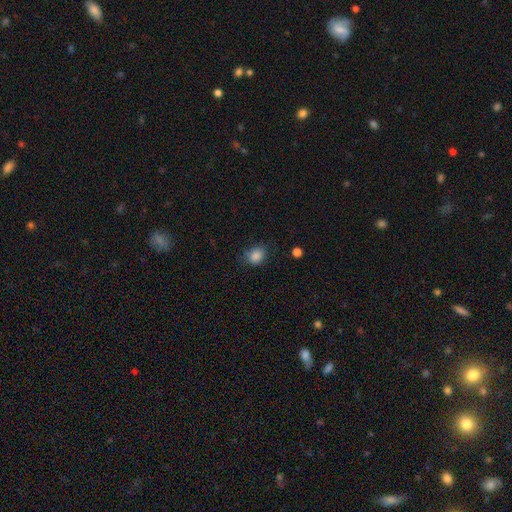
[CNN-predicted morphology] Smooth or featured?
  - smooth: 86% *
  - star or artifact: 10%
  - featured or disk: 5%
How rounded?
  - round: 56% *
  - in between: 43%
  - cigar-shaped: 1%
Merging?
  - none: 74% *
  - minor disturbance: 19%
  - major disturbance: 5%
  - merger: 2%